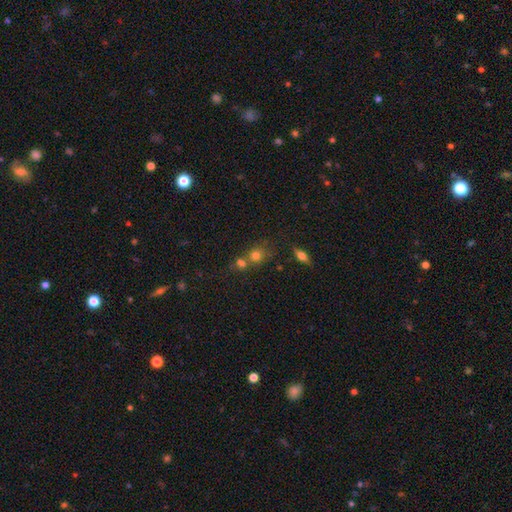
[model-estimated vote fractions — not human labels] Smooth or featured? Predicted: smooth (p=0.73). How rounded? Predicted: round (p=0.78). Merging? Predicted: none (p=0.45).